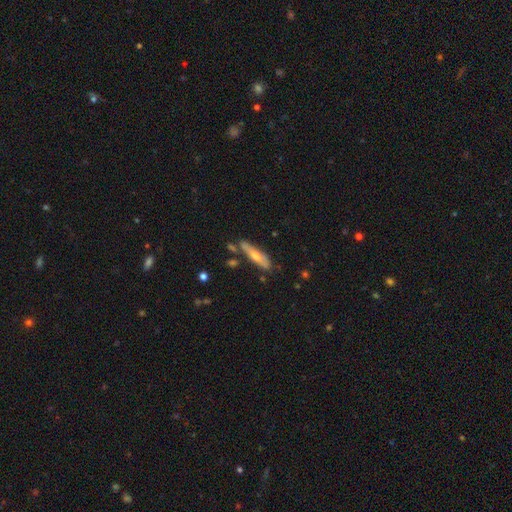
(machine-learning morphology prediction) This is possibly a featured or disk galaxy (49%). Merging: likely none (66%).